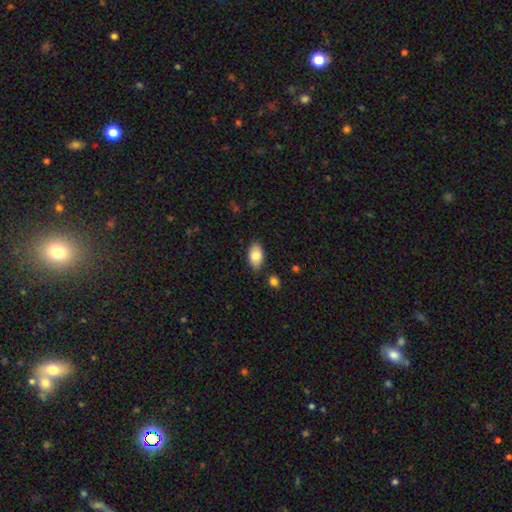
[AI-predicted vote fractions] A smooth galaxy with no disk features (85%) that is in between round and cigar-shaped (93%). Merging: none (82%).